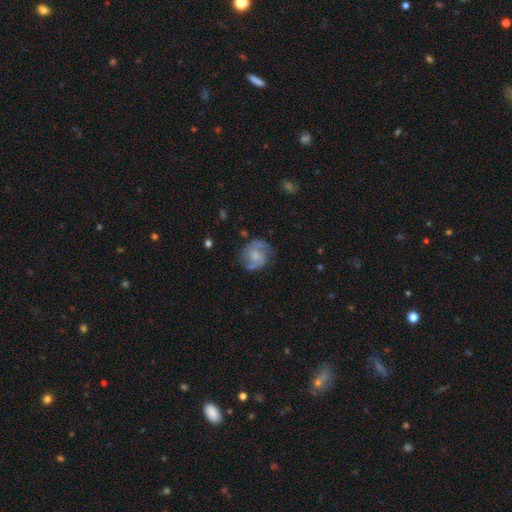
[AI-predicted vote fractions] A featured or disk galaxy (60%) with no bar (54%), spiral arms (80%) and a small central bulge (40%).

Vote fractions:
- Smooth or featured? featured or disk: 60% / smooth: 33% / star or artifact: 7%
- Edge-on disk? no: 97% / yes: 3%
- Bar? no: 54% / weak: 38% / strong: 9%
- Spiral arms? yes: 80% / no: 20%
- Bulge size? small: 40% / moderate: 31% / none: 22% / large: 6% / dominant: 1%
- Merging? none: 63% / minor disturbance: 22% / major disturbance: 12% / merger: 3%